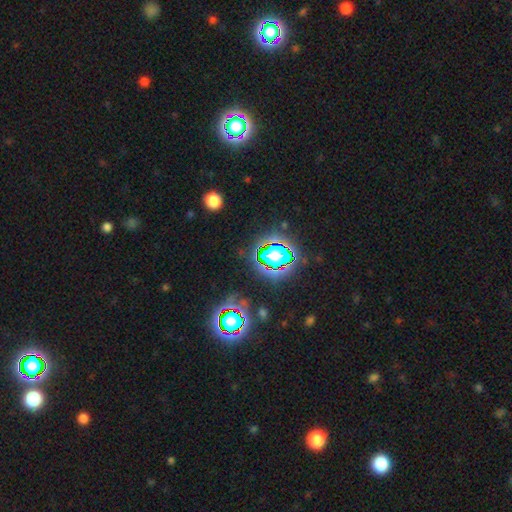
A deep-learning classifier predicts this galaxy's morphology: Smooth or featured?
  - star or artifact: 79% *
  - smooth: 13%
  - featured or disk: 8%